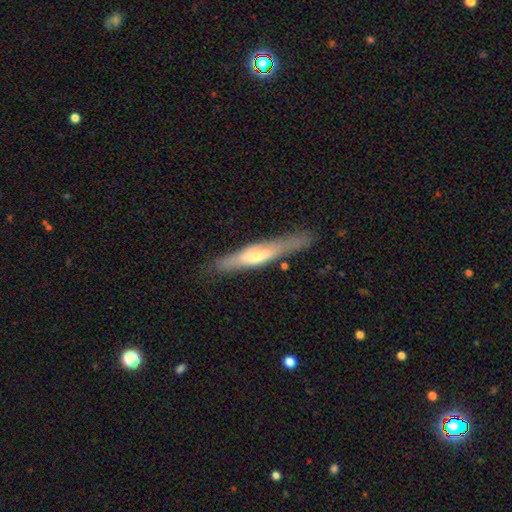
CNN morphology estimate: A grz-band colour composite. It shows a featured or disk galaxy (52%) viewed edge-on (85%). Merging: none (76%).